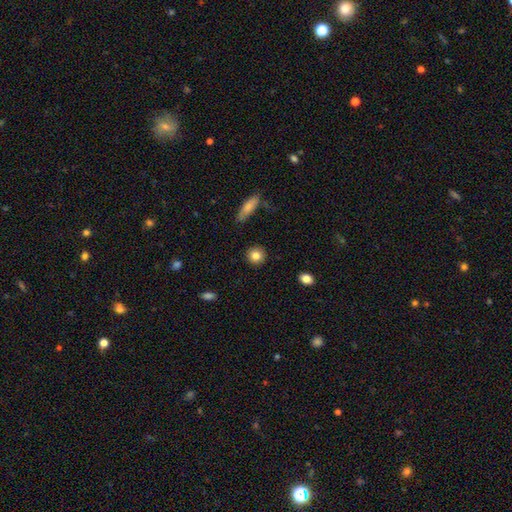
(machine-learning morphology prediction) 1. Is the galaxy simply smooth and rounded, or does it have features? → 83% smooth, 9% star or artifact, 8% featured or disk.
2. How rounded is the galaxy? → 91% round, 8% in between, 1% cigar-shaped.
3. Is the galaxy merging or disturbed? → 90% none, 7% minor disturbance, 2% major disturbance, 1% merger.